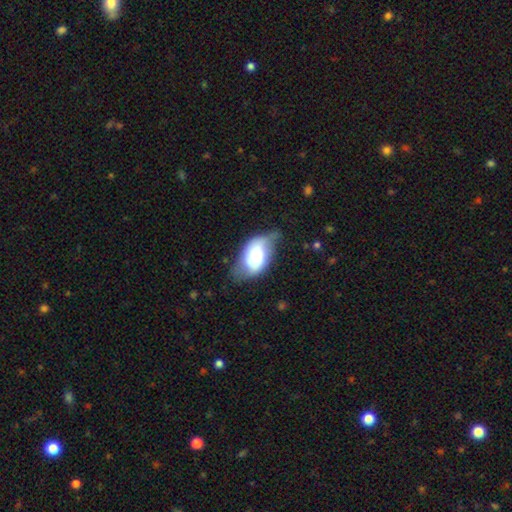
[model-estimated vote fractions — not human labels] This appears to be a smooth galaxy with no disk features (60%) that is in between round and cigar-shaped (91%). Merging: minor disturbance (43%).